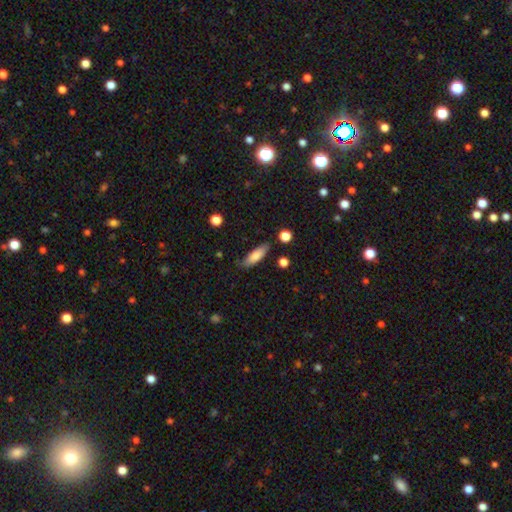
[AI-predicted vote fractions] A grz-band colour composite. It shows a smooth galaxy with no disk features (79%) that is in between round and cigar-shaped (50%). Merging: none (74%).